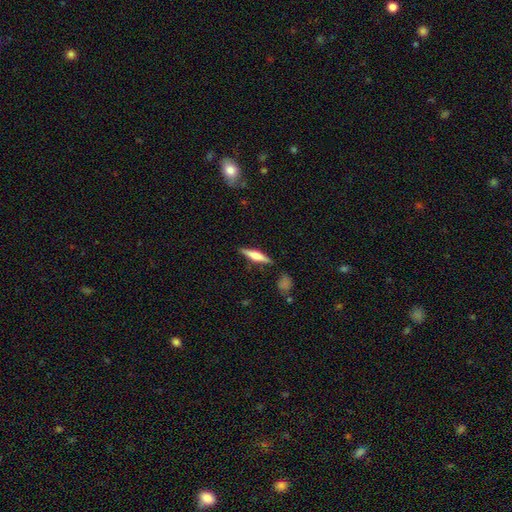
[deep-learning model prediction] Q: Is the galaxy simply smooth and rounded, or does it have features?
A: featured or disk — 49%.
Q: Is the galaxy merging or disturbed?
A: none — 85%.